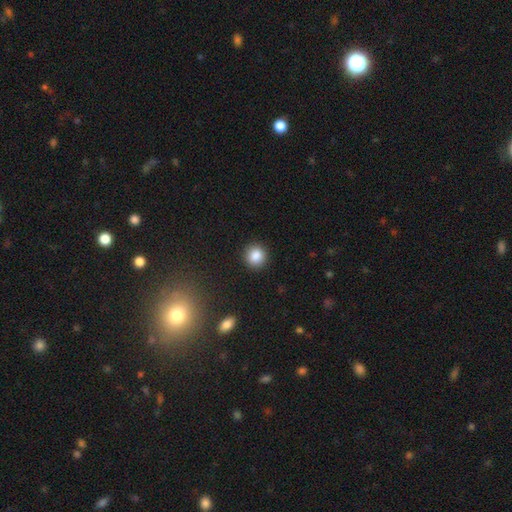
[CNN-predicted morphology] type=smooth (87%); roundness=round (89%); merging=none (91%).